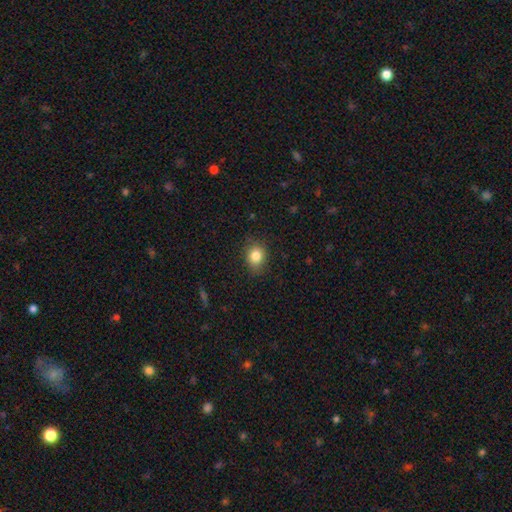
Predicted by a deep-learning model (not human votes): This is clearly a smooth galaxy (83%). How rounded: possibly round (53%). Merging: clearly none (82%).